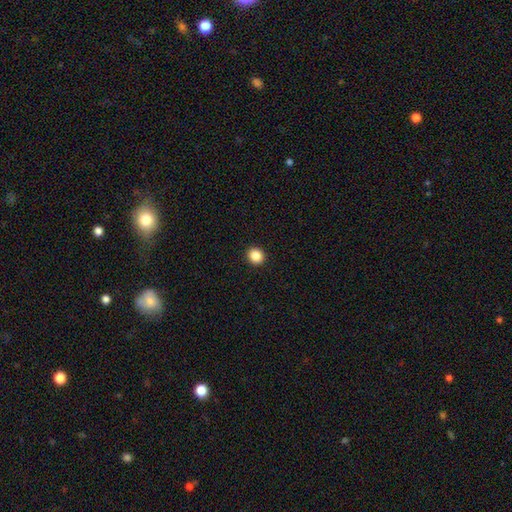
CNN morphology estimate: Smooth or featured?
  - smooth: 87% *
  - star or artifact: 10%
  - featured or disk: 3%
How rounded?
  - round: 85% *
  - in between: 14%
  - cigar-shaped: 1%
Merging?
  - none: 93% *
  - minor disturbance: 4%
  - major disturbance: 1%
  - merger: 1%